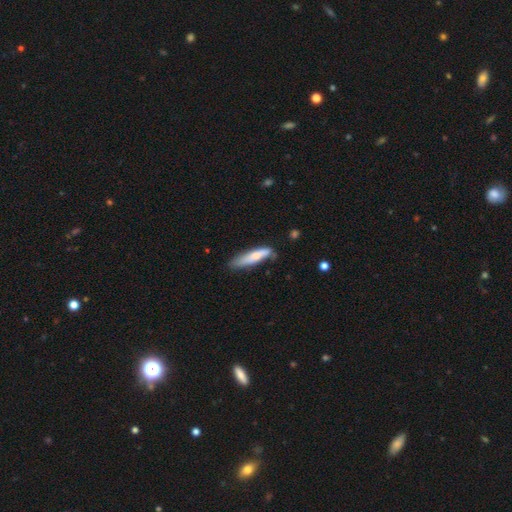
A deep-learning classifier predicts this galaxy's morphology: Overall: smooth (63%; featured or disk 32%). How rounded: cigar-shaped (74%). Merging: none (60%; minor disturbance 29%).